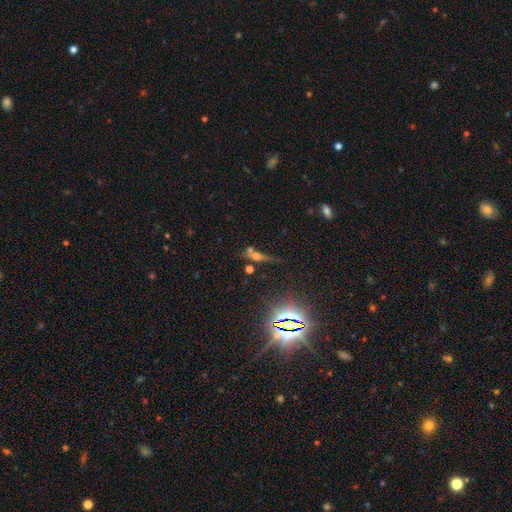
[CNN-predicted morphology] A star or artifact, not a galaxy (46%).